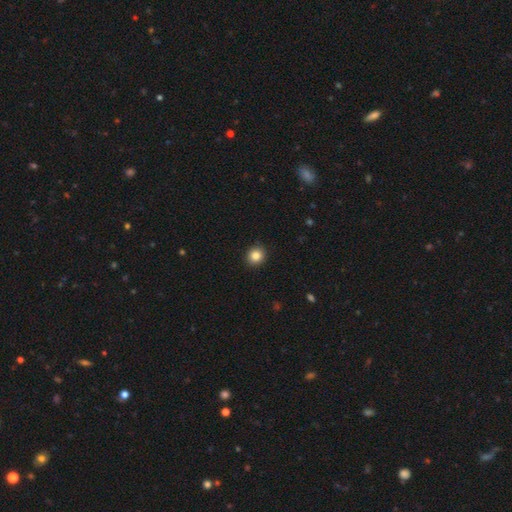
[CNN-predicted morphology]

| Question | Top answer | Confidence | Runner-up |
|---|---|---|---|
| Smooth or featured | smooth | 86% | star or artifact (10%) |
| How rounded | round | 86% | in between (13%) |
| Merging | none | 92% | minor disturbance (6%) |